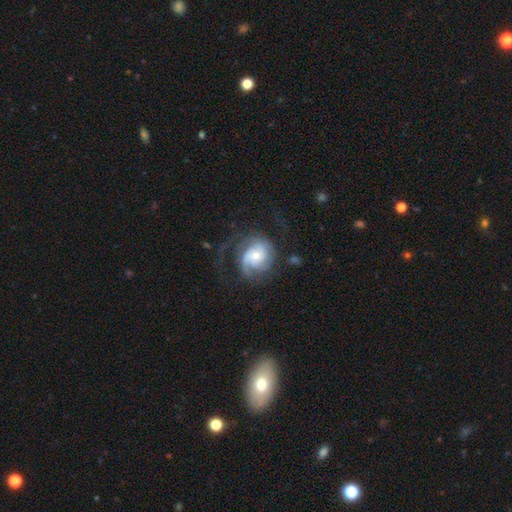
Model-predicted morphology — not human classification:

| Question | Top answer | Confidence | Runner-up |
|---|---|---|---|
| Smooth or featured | featured or disk | 79% | smooth (15%) |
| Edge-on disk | no | 98% | yes (2%) |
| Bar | no | 69% | weak (25%) |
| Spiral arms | yes | 94% | no (6%) |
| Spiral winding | medium | 39% | tight (37%) |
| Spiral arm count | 2 | 36% | 3 (25%) |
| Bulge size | moderate | 48% | small (44%) |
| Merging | none | 52% | major disturbance (28%) |